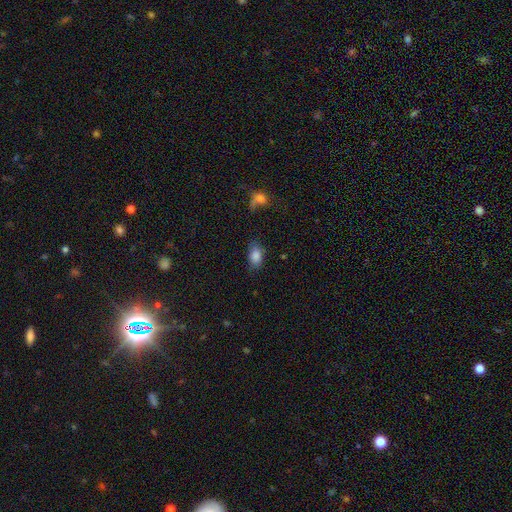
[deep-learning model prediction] Overall: smooth (85%). How rounded: in between (87%). Merging: none (74%).